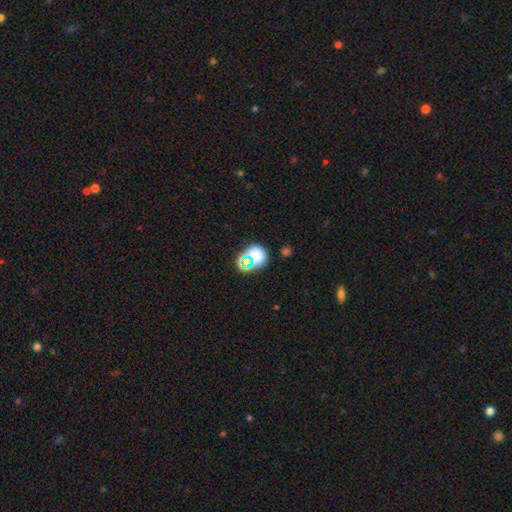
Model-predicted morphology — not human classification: smooth-or-featured: smooth: 64% | star or artifact: 28% | featured or disk: 8%
  how-rounded: round: 73% | in between: 26% | cigar-shaped: 1%
  merging: none: 67% | minor disturbance: 14% | merger: 13% | major disturbance: 7%